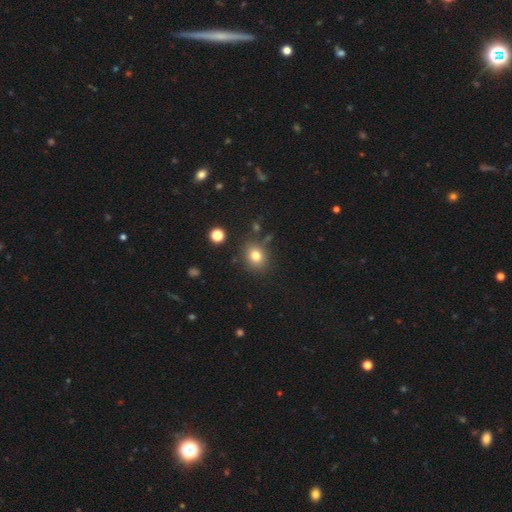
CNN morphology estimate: This appears to be a smooth galaxy with no disk features (78%) that is round (58%). Merging: none (81%).